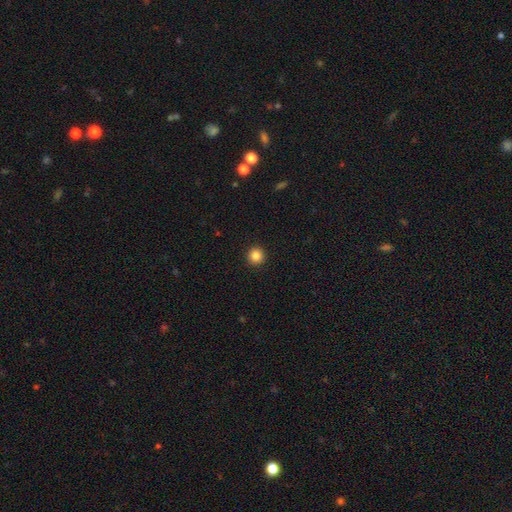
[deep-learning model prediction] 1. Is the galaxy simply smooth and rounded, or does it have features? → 85% smooth, 11% star or artifact, 4% featured or disk.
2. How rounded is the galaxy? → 95% round, 4% in between, 1% cigar-shaped.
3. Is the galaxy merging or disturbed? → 94% none, 4% minor disturbance, 1% major disturbance, 1% merger.